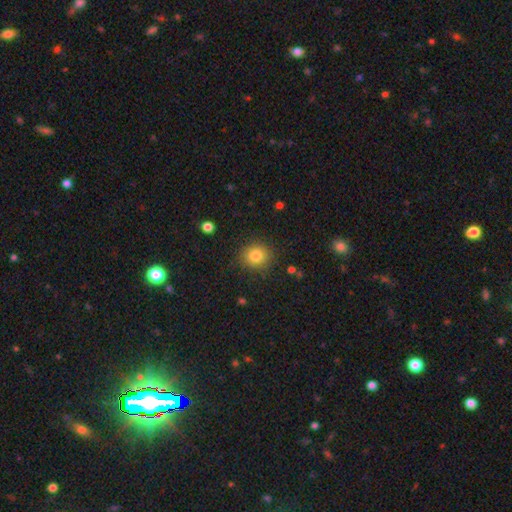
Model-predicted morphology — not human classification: Overall: smooth (82%). How rounded: round (85%). Merging: none (87%).